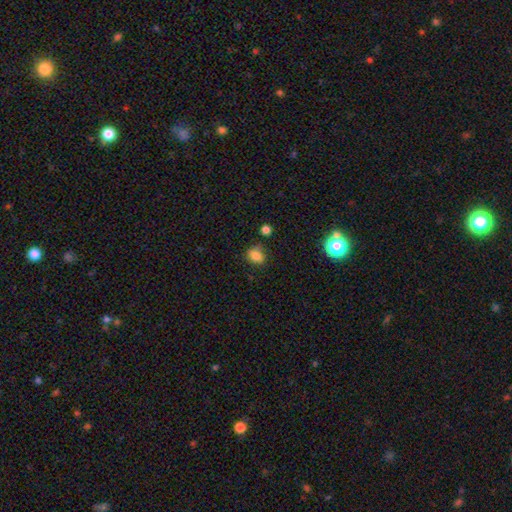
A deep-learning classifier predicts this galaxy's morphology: Smooth or featured?
  - smooth: 80% *
  - star or artifact: 13%
  - featured or disk: 7%
How rounded?
  - round: 58% *
  - in between: 41%
  - cigar-shaped: 1%
Merging?
  - none: 67% *
  - minor disturbance: 22%
  - merger: 6%
  - major disturbance: 5%